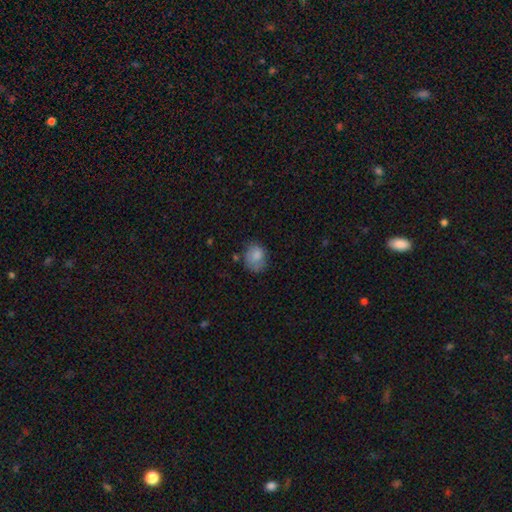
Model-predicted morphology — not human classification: Smooth or featured? smooth (80%)
How rounded? round (51%)
Merging? none (56%)